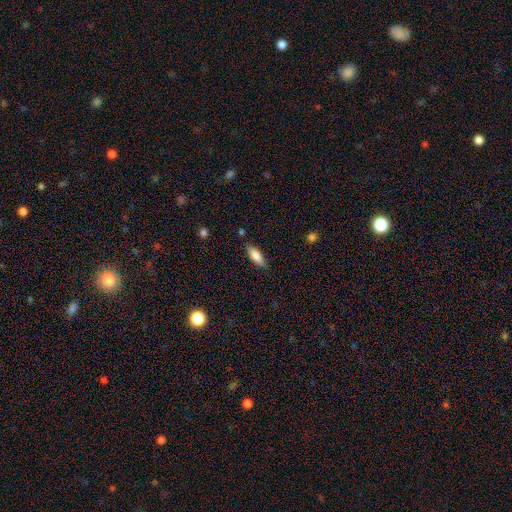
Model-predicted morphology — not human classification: This appears to be a smooth galaxy with no disk features (82%) that is in between round and cigar-shaped (70%). Merging: none (82%).